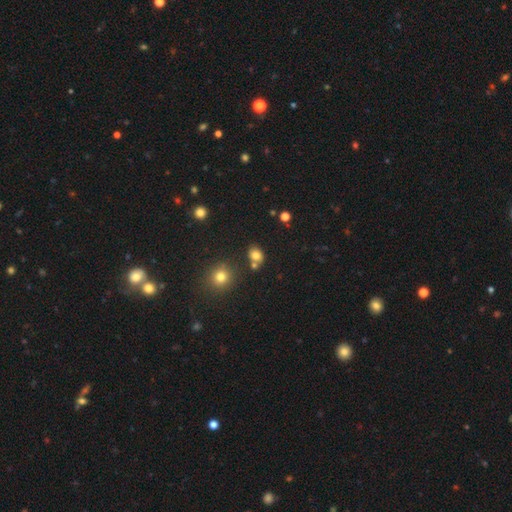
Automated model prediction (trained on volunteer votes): Smooth or featured? Predicted: smooth (p=0.78). How rounded? Predicted: round (p=0.50). Merging? Predicted: none (p=0.67).